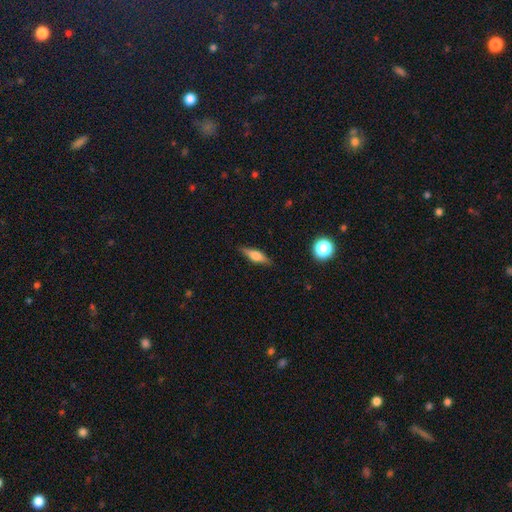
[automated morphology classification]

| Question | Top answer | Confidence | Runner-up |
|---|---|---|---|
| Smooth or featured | smooth | 52% | featured or disk (40%) |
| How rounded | cigar-shaped | 56% | in between (39%) |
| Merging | none | 84% | minor disturbance (12%) |